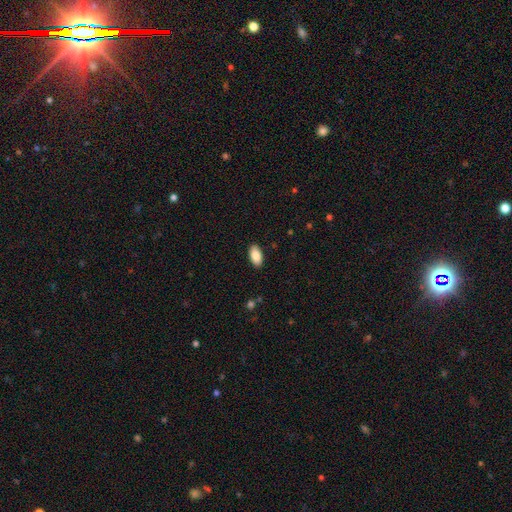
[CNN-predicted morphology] smooth-or-featured: smooth: 86% | featured or disk: 7% | star or artifact: 6%
  how-rounded: in between: 94% | cigar-shaped: 4% | round: 2%
  merging: none: 89% | minor disturbance: 8% | major disturbance: 2% | merger: 1%